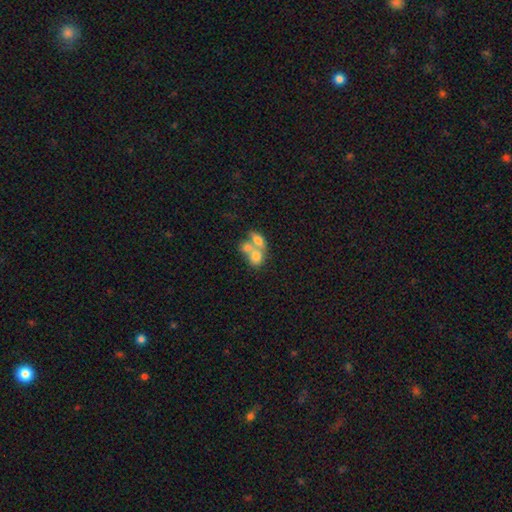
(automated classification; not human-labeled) This appears to be a smooth galaxy with no disk features (66%) that is in between round and cigar-shaped (59%). Merging: merger (67%).